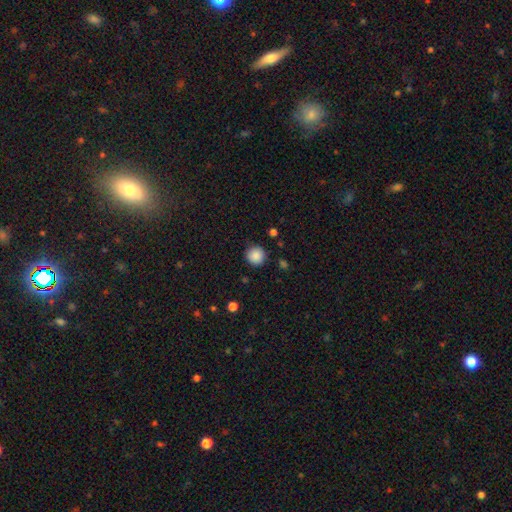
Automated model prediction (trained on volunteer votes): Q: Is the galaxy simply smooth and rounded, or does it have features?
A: smooth — 87%.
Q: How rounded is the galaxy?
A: round — 94%.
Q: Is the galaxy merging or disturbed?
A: none — 88%.